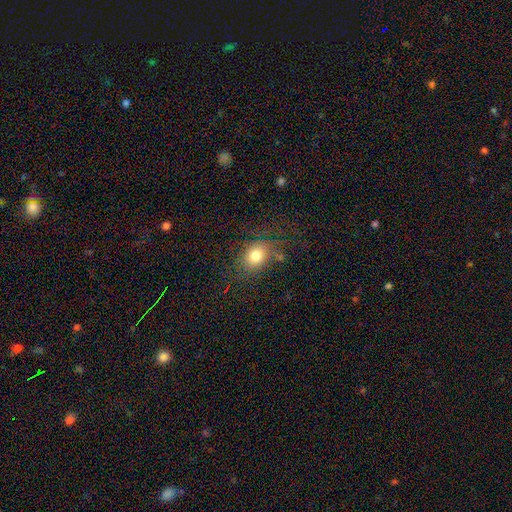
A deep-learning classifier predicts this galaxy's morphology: type=smooth (77%); roundness=in between (64%); merging=none (68%).